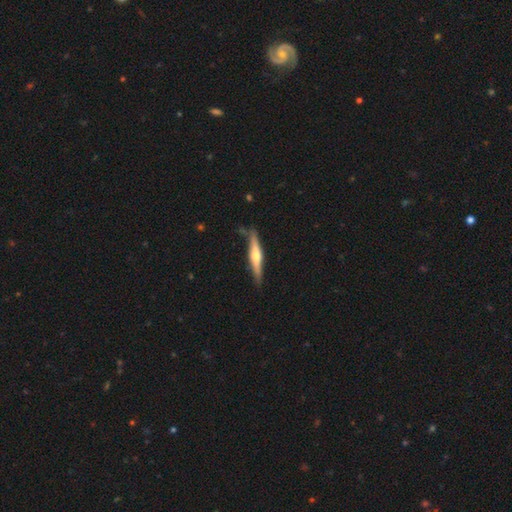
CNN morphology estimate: Smooth or featured: featured or disk — 63% (smooth — 32%)
Edge-on disk: yes — 96% (no — 4%)
Edge-on bulge: rounded — 89% (boxy — 6%)
Merging: none — 82% (minor disturbance — 13%)